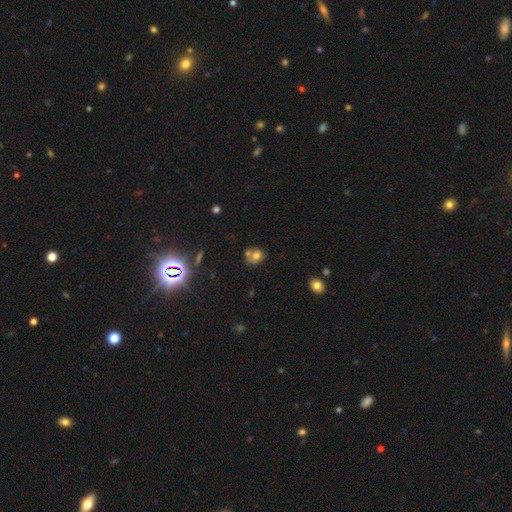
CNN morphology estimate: Smooth or featured? Predicted: smooth (p=0.67). How rounded? Predicted: round (p=0.61). Merging? Predicted: none (p=0.45).